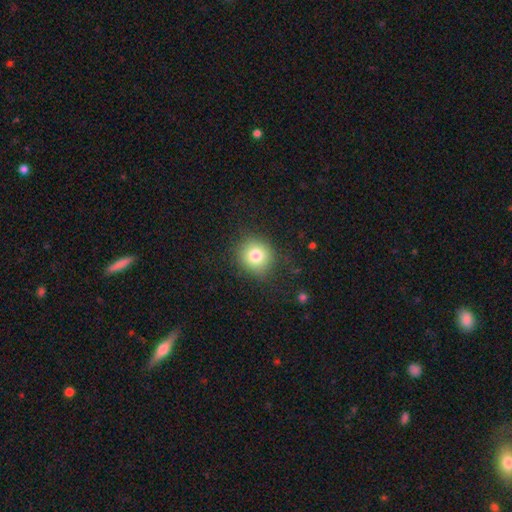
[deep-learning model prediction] Overall: smooth (78%). How rounded: round (88%). Merging: none (85%).